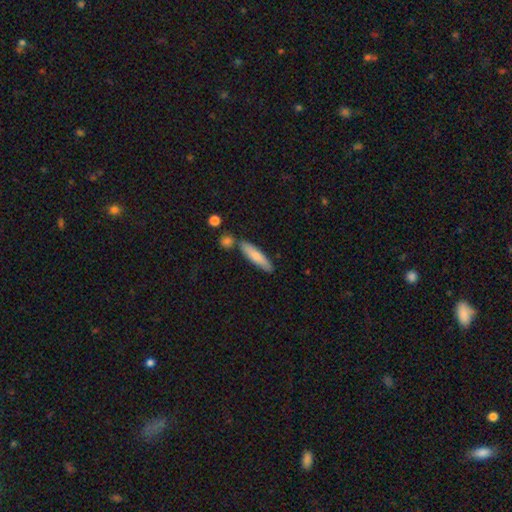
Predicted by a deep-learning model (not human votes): smooth 76%, featured or disk 19%, star or artifact 5%. Down the decision tree: how rounded — cigar-shaped (80%); merging — none (77%).